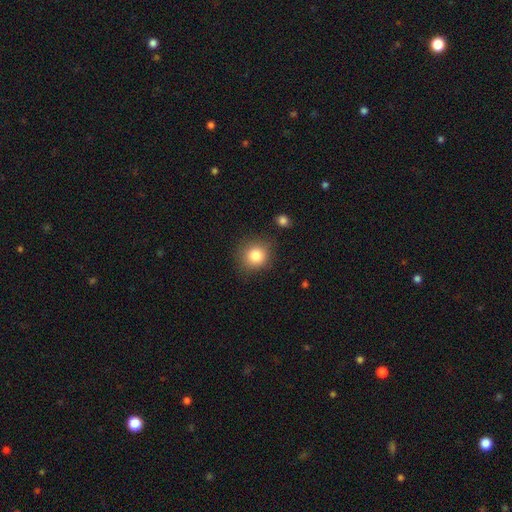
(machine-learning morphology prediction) This appears to be a smooth galaxy with no disk features (83%) that is round (87%). Merging: none (83%).